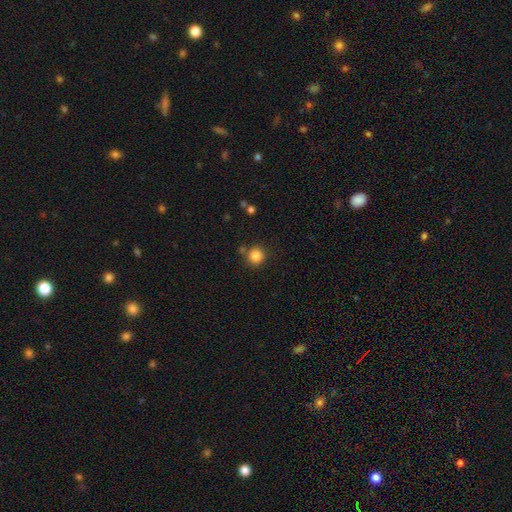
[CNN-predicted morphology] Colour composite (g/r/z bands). It shows a smooth galaxy with no disk features (85%) that is round (91%). Merging: none (80%).